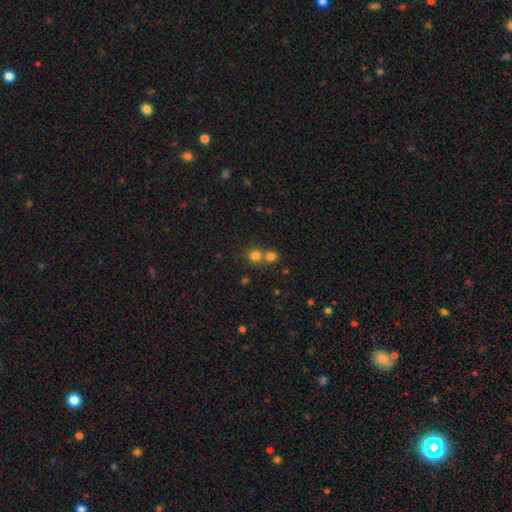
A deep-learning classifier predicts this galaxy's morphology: A smooth galaxy with no disk features (77%) that is round (90%).

Vote fractions:
- Smooth or featured? smooth: 77% / star or artifact: 16% / featured or disk: 7%
- How rounded? round: 90% / in between: 9% / cigar-shaped: 1%
- Merging? none: 52% / merger: 41% / minor disturbance: 5% / major disturbance: 2%